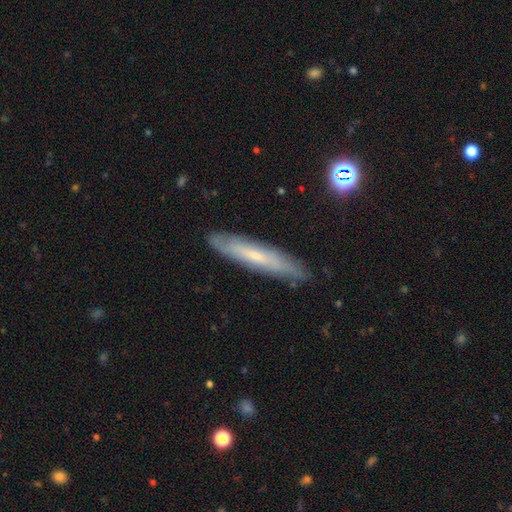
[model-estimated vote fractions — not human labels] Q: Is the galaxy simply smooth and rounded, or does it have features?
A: featured or disk — 49%.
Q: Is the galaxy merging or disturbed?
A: none — 85%.